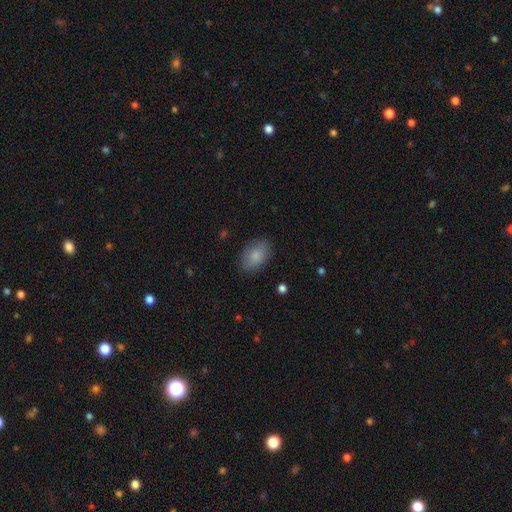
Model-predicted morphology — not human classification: type=smooth (85%); roundness=in between (88%); merging=none (84%).